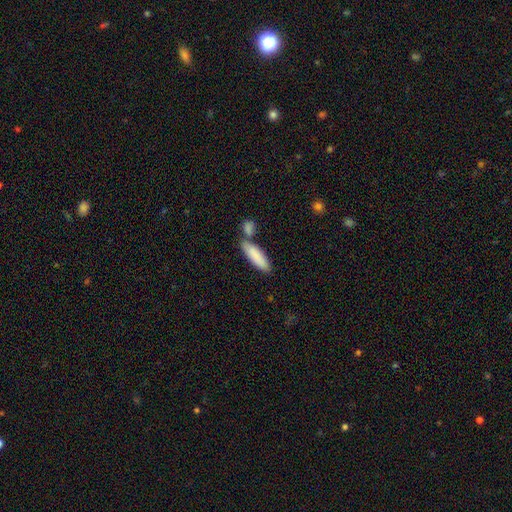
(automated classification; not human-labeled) smooth_or_featured: smooth (p=0.85) [alt: featured or disk p=0.10]
how_rounded: cigar-shaped (p=0.55) [alt: in between p=0.43]
merging: none (p=0.51) [alt: merger p=0.32]